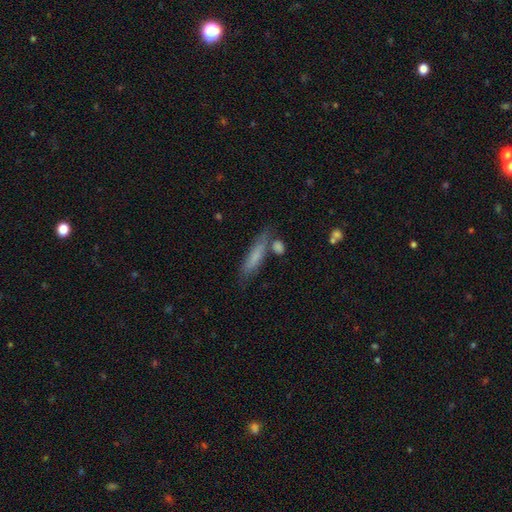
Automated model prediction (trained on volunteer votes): smooth 68%, featured or disk 24%, star or artifact 9%. Down the decision tree: how rounded — cigar-shaped (74%); merging — none (64%).